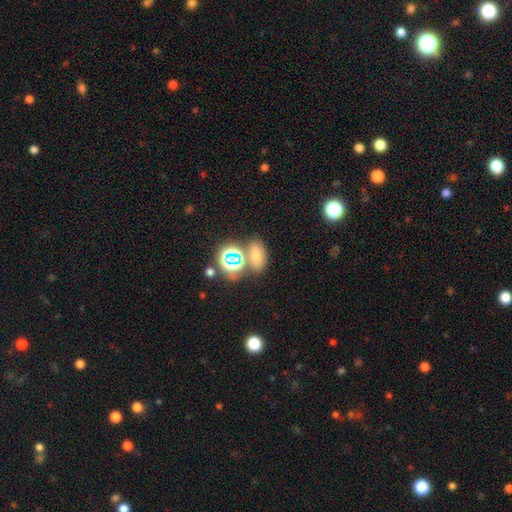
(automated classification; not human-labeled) This appears to be a smooth galaxy with no disk features (60%) that is in between round and cigar-shaped (79%). Merging: none (65%).